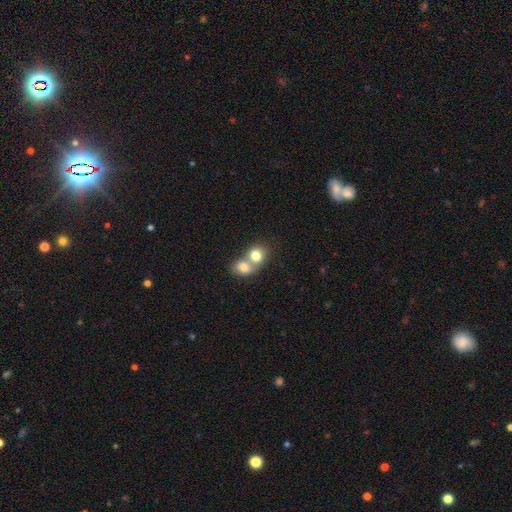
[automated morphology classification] Q: Smooth or featured?
A: smooth (77%); runner-up: featured or disk (14%)
Q: How rounded?
A: round (62%); runner-up: in between (37%)
Q: Merging?
A: merger (69%); runner-up: none (24%)